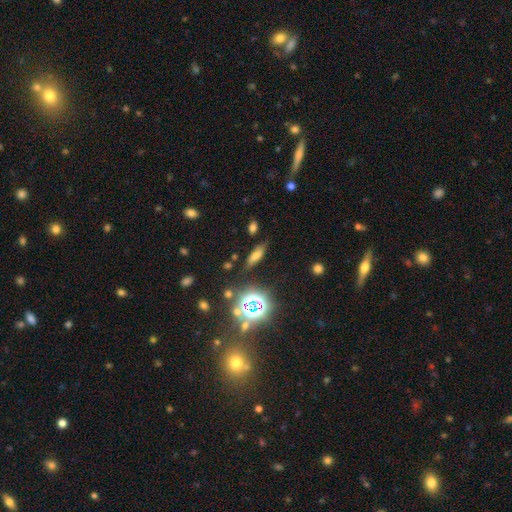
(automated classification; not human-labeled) smooth_or_featured: smooth (p=0.60) [alt: star or artifact p=0.22]
how_rounded: in between (p=0.47) [alt: cigar-shaped p=0.46]
merging: none (p=0.76) [alt: minor disturbance p=0.15]